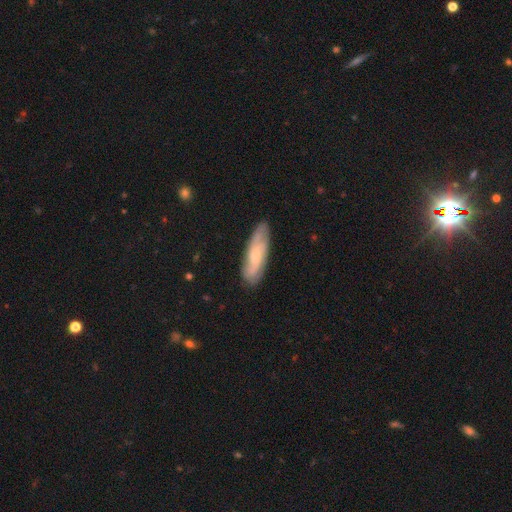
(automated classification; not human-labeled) Smooth or featured? Predicted: featured or disk (p=0.59). Edge-on disk? Predicted: no (p=0.78). Merging? Predicted: none (p=0.79).